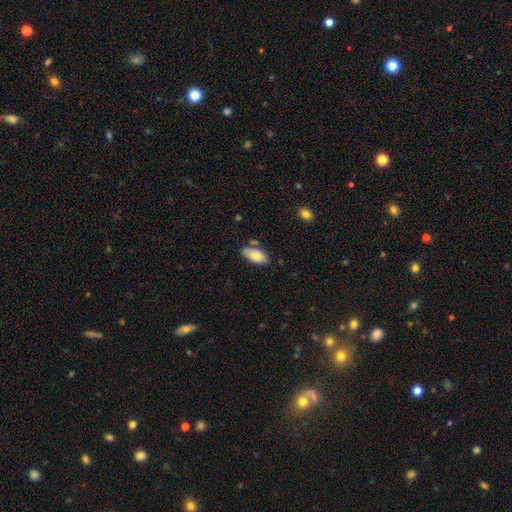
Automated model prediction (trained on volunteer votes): Q: Smooth or featured?
A: smooth (85%); runner-up: featured or disk (9%)
Q: How rounded?
A: in between (92%); runner-up: cigar-shaped (6%)
Q: Merging?
A: none (72%); runner-up: minor disturbance (18%)